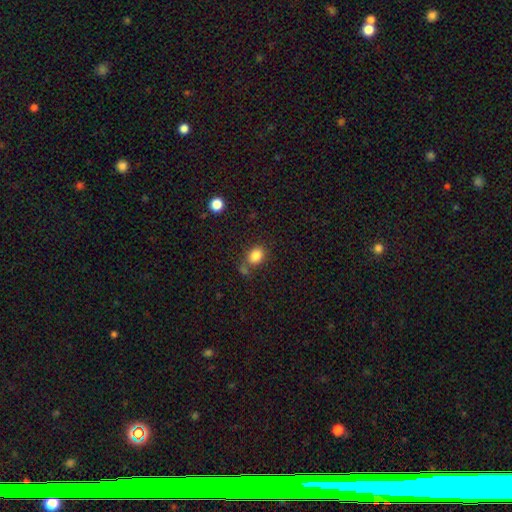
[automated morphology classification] Smooth or featured? smooth (84%)
How rounded? in between (54%)
Merging? none (65%)